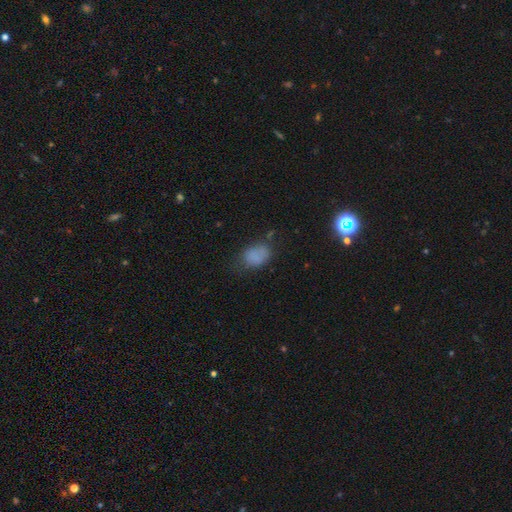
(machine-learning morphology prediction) smooth-or-featured: smooth: 76% | star or artifact: 13% | featured or disk: 11%
  how-rounded: in between: 80% | round: 18% | cigar-shaped: 2%
  merging: none: 52% | minor disturbance: 30% | major disturbance: 14% | merger: 5%